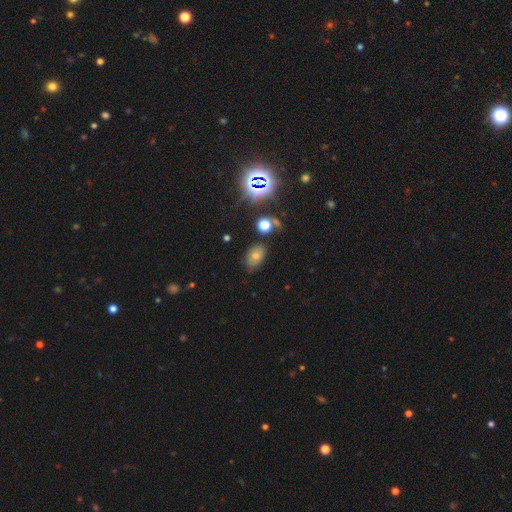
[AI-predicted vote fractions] smooth 59%, star or artifact 25%, featured or disk 16%. Down the decision tree: how rounded — in between (81%); merging — none (72%).